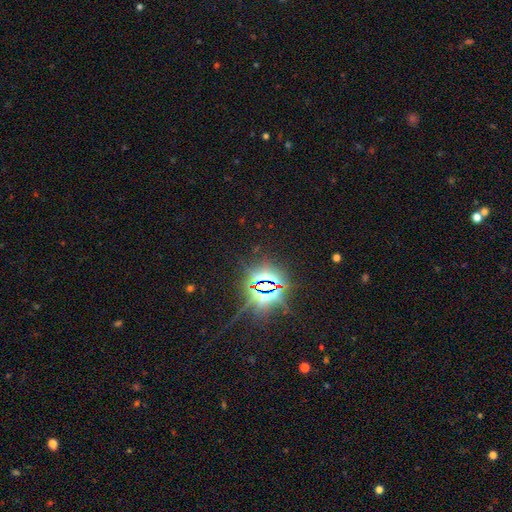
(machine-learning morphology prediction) star or artifact 86%, smooth 8%, featured or disk 6%.